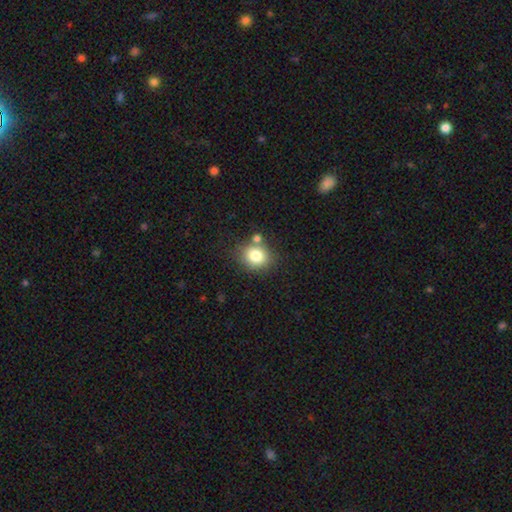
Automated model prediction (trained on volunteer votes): Overall: smooth (80%). How rounded: round (68%; in between 31%). Merging: none (70%).